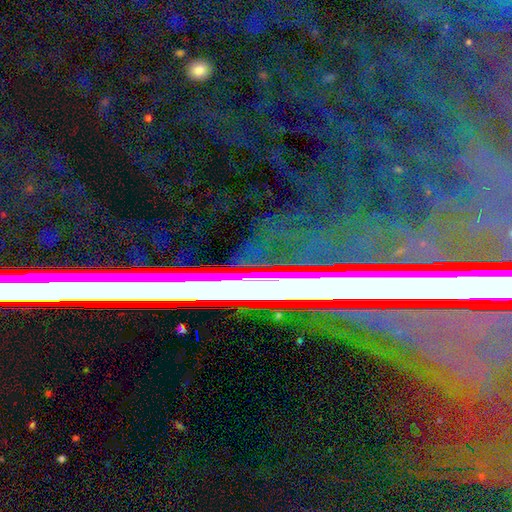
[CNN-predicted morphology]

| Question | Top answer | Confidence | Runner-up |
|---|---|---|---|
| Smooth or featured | star or artifact | 64% | featured or disk (25%) |